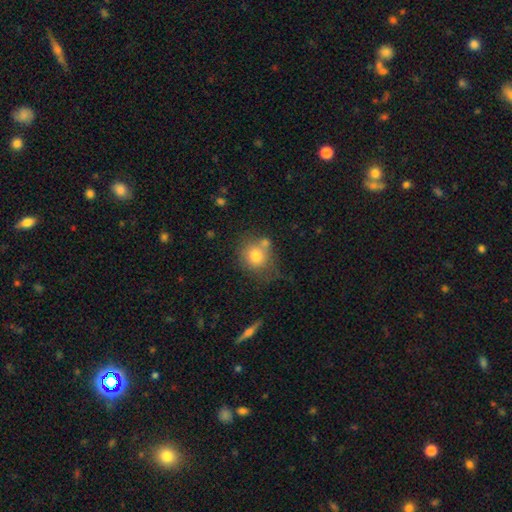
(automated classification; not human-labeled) Q: Smooth or featured?
A: smooth (76%); runner-up: featured or disk (13%)
Q: How rounded?
A: round (80%); runner-up: in between (19%)
Q: Merging?
A: none (53%); runner-up: merger (21%)